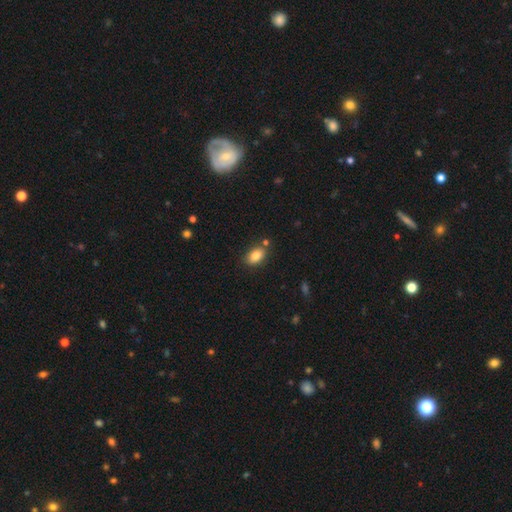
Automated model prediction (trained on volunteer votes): Smooth or featured? smooth (84%)
How rounded? in between (88%)
Merging? none (78%)